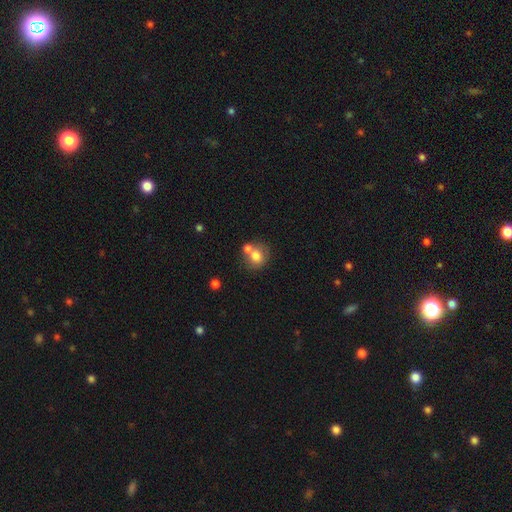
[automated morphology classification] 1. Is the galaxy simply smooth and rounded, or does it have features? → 75% smooth, 15% featured or disk, 10% star or artifact.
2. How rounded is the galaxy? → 78% round, 21% in between, 1% cigar-shaped.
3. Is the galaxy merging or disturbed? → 45% none, 40% merger, 11% minor disturbance, 4% major disturbance.